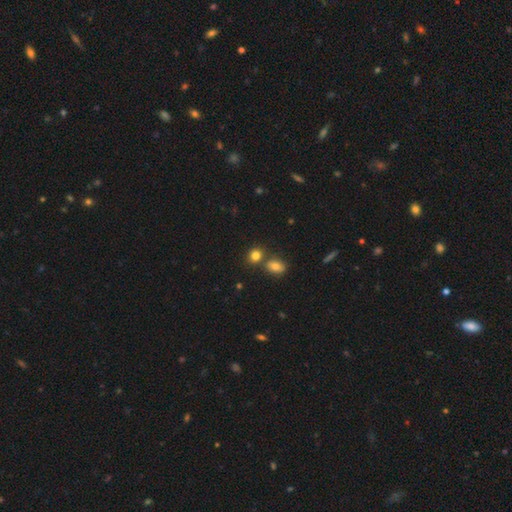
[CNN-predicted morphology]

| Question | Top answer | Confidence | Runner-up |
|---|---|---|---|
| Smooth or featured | smooth | 81% | star or artifact (12%) |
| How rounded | round | 64% | in between (34%) |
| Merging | none | 61% | merger (27%) |